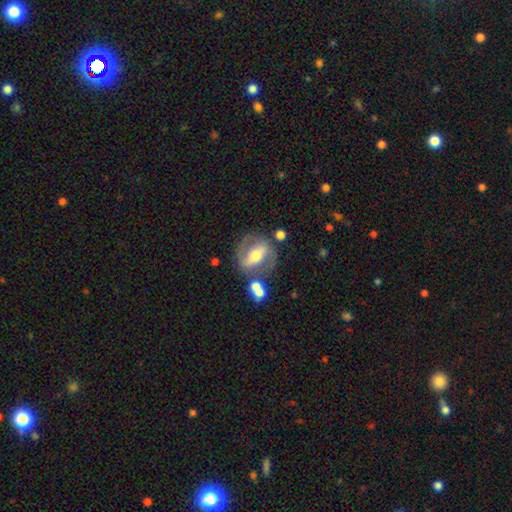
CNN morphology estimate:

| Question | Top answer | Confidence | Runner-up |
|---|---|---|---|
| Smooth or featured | featured or disk | 72% | smooth (21%) |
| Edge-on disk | no | 89% | yes (11%) |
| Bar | strong | 60% | weak (24%) |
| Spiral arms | yes | 63% | no (37%) |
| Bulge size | moderate | 66% | small (20%) |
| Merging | none | 71% | minor disturbance (13%) |